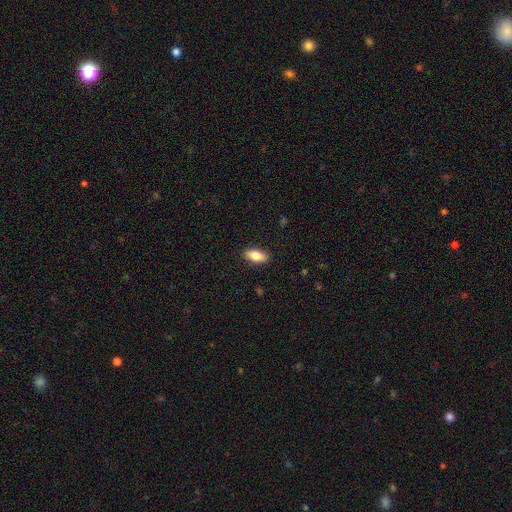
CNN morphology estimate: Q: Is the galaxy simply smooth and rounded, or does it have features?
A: smooth — 80%.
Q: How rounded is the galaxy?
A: in between — 87%.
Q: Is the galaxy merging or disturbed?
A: none — 89%.